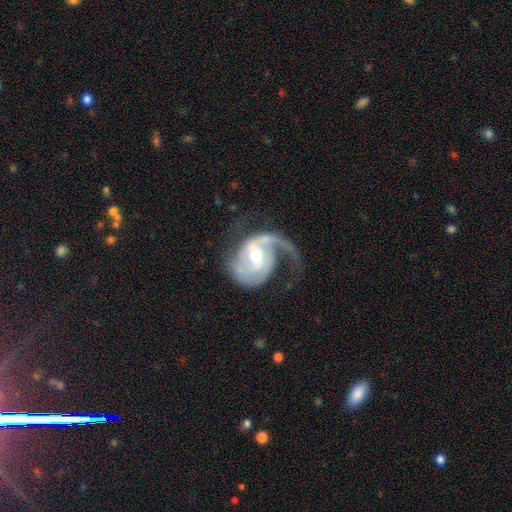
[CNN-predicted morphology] Smooth or featured? featured or disk (89%)
Edge-on disk? no (98%)
Bar? weak (51%)
Spiral arms? yes (96%)
Spiral winding? medium (44%)
Spiral arm count? 2 (50%)
Bulge size? moderate (66%)
Merging? none (44%)